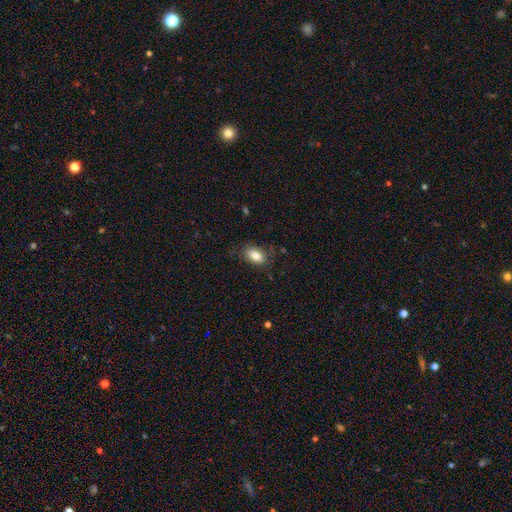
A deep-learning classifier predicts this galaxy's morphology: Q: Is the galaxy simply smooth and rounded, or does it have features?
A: smooth — 81%.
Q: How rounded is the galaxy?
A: in between — 90%.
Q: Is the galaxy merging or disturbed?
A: none — 76%.